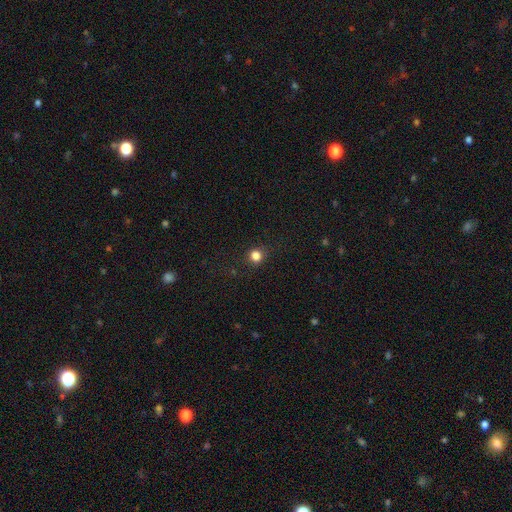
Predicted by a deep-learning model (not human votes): Smooth or featured?
  - smooth: 82% *
  - star or artifact: 14%
  - featured or disk: 4%
How rounded?
  - round: 88% *
  - in between: 11%
  - cigar-shaped: 1%
Merging?
  - none: 87% *
  - minor disturbance: 9%
  - major disturbance: 3%
  - merger: 1%